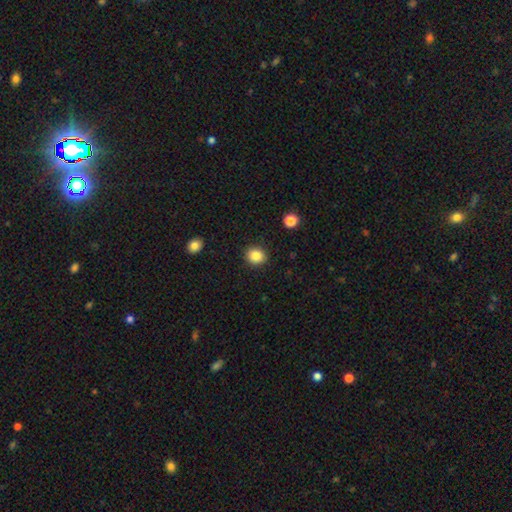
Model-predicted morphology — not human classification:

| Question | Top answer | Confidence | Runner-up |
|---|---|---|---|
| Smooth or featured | smooth | 86% | star or artifact (10%) |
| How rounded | round | 77% | in between (22%) |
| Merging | none | 90% | minor disturbance (6%) |